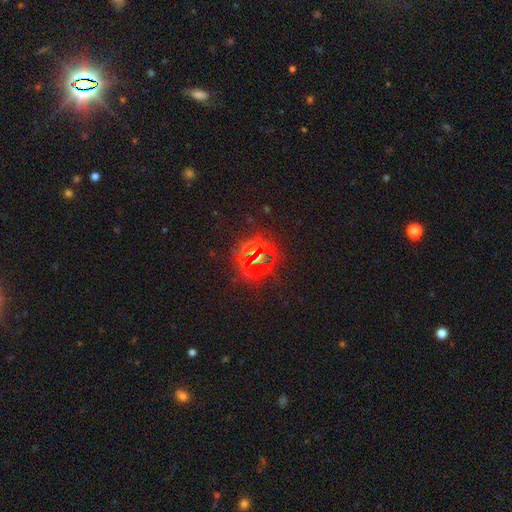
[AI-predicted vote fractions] This is likely a star or artifact rather than a galaxy (74%).